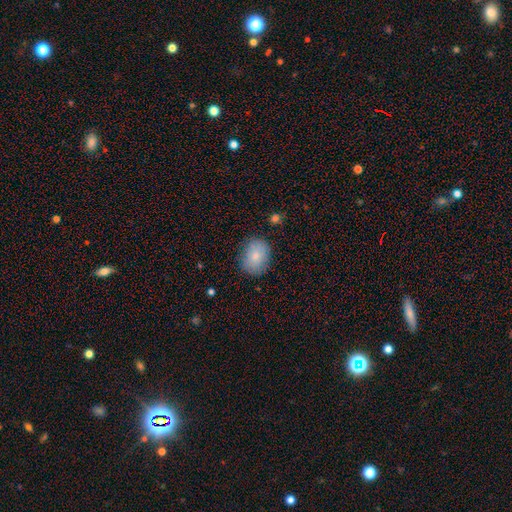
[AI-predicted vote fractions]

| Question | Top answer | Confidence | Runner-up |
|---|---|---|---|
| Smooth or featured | smooth | 82% | featured or disk (10%) |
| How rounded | in between | 57% | round (42%) |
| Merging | none | 80% | minor disturbance (15%) |